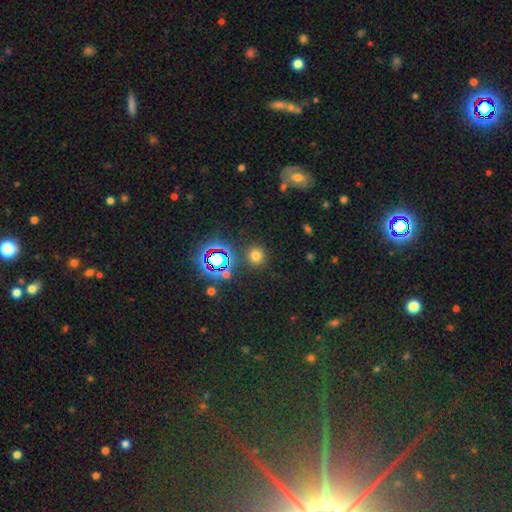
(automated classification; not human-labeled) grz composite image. It shows a smooth galaxy with no disk features (67%) that is round (91%). Merging: none (87%).